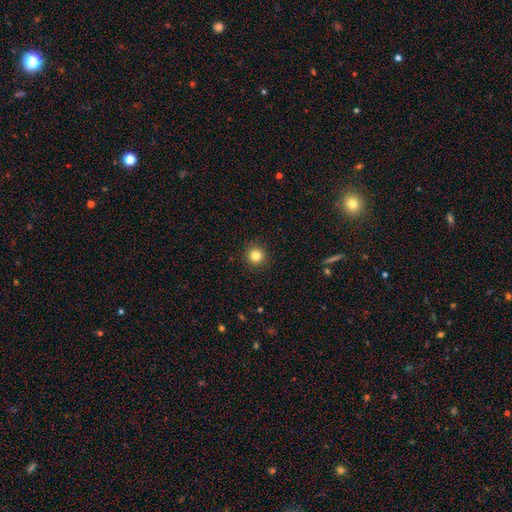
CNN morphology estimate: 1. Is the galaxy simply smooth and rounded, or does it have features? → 83% smooth, 12% star or artifact, 5% featured or disk.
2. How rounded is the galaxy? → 95% round, 4% in between, 1% cigar-shaped.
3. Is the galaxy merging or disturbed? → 92% none, 5% minor disturbance, 2% major disturbance, 1% merger.